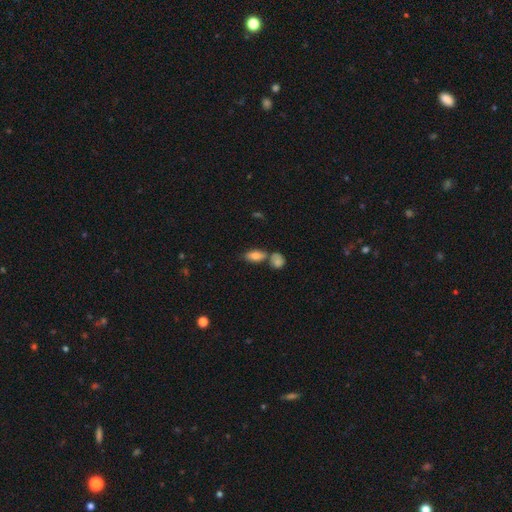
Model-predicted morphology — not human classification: A smooth galaxy with no disk features (77%) that is in between round and cigar-shaped (86%). Merging: none (54%).